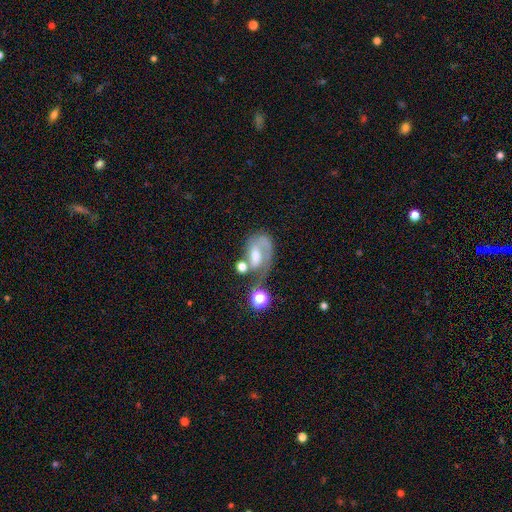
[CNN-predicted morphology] Smooth or featured?
  - featured or disk: 65% *
  - smooth: 24%
  - star or artifact: 11%
Edge-on disk?
  - no: 96% *
  - yes: 4%
Bar?
  - weak: 43% *
  - no: 37%
  - strong: 20%
Spiral arms?
  - yes: 79% *
  - no: 21%
Bulge size?
  - moderate: 54% *
  - small: 26%
  - large: 11%
  - none: 7%
  - dominant: 2%
Merging?
  - none: 31% *
  - major disturbance: 25%
  - merger: 25%
  - minor disturbance: 18%